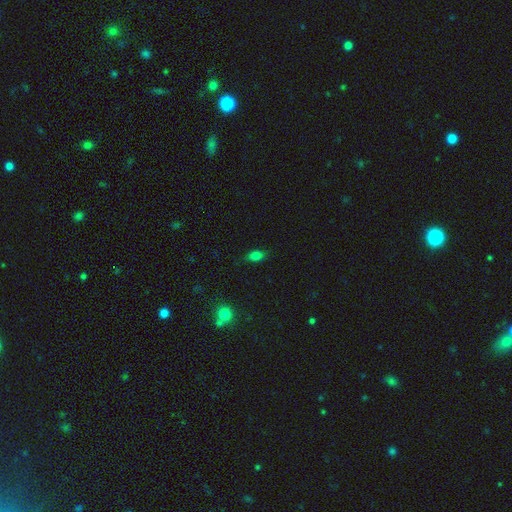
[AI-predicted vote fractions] smooth_or_featured: smooth (p=0.78) [alt: star or artifact p=0.13]
how_rounded: in between (p=0.82) [alt: round p=0.12]
merging: none (p=0.81) [alt: minor disturbance p=0.15]